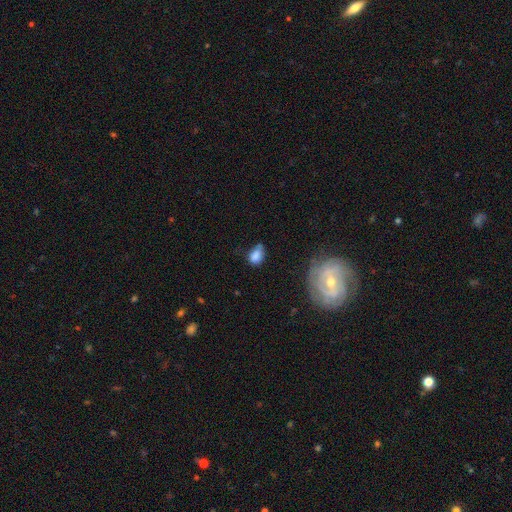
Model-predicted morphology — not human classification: Smooth or featured: smooth — 79% (featured or disk — 11%)
How rounded: in between — 77% (round — 21%)
Merging: none — 41% (minor disturbance — 37%)